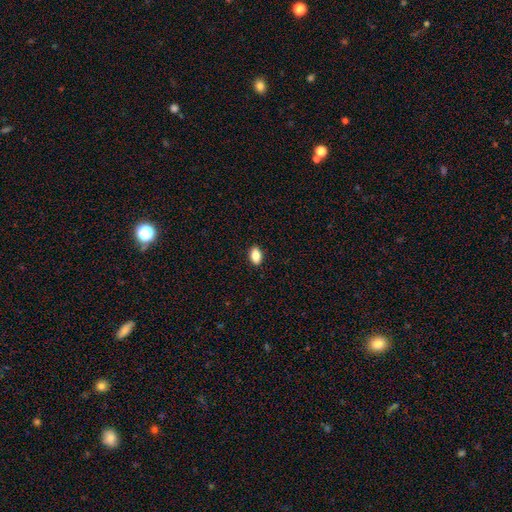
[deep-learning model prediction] Smooth or featured? smooth (86%)
How rounded? in between (88%)
Merging? none (90%)